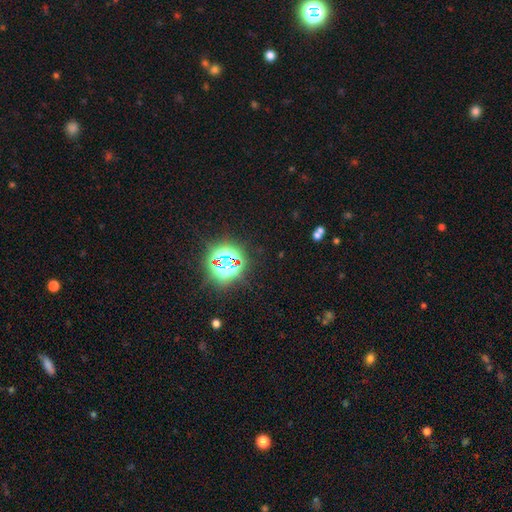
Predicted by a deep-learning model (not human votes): A star or artifact, not a galaxy (79%).

Vote fractions:
- Smooth or featured? star or artifact: 79% / smooth: 15% / featured or disk: 6%